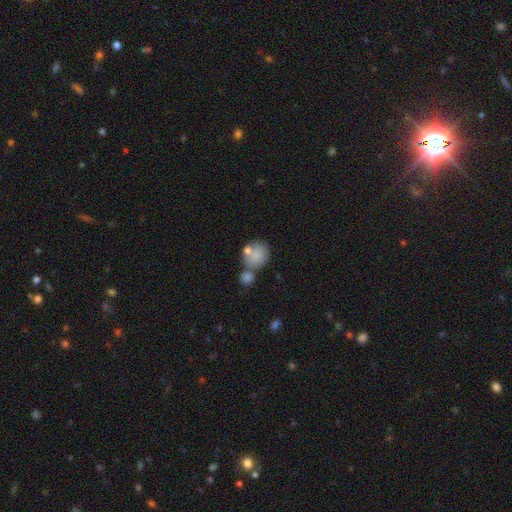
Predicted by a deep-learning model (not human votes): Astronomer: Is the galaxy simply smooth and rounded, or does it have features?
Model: smooth — 79%.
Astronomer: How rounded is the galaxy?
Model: round — 75%.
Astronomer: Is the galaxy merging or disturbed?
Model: none — 42% (runner-up: merger, 37%).